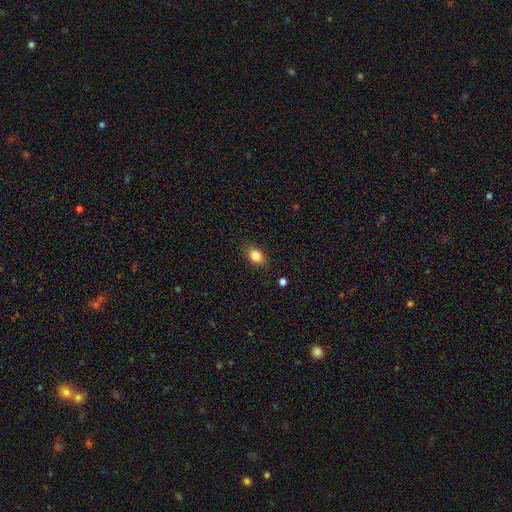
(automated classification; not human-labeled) A smooth galaxy with no disk features (83%) that is in between round and cigar-shaped (71%).

Vote fractions:
- Smooth or featured? smooth: 83% / star or artifact: 10% / featured or disk: 7%
- How rounded? in between: 71% / round: 27% / cigar-shaped: 2%
- Merging? none: 84% / minor disturbance: 12% / major disturbance: 3% / merger: 1%